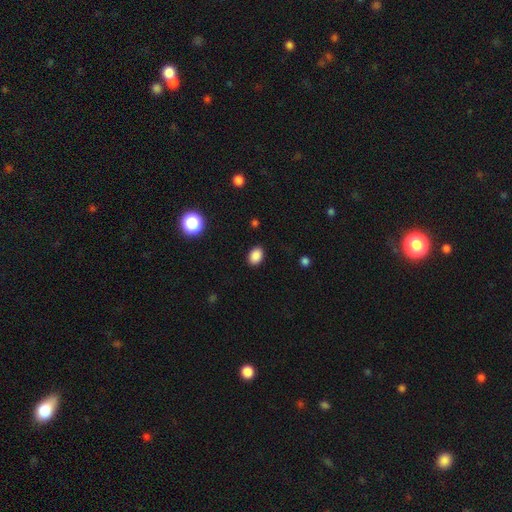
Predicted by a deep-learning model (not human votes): smooth 87%, star or artifact 10%, featured or disk 3%. Down the decision tree: how rounded — in between (71%); merging — none (89%).